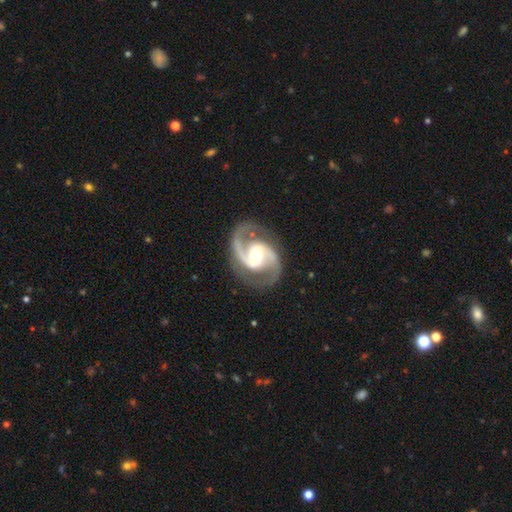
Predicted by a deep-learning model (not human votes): Smooth or featured: featured or disk — 94% (star or artifact — 3%)
Edge-on disk: no — 98% (yes — 2%)
Bar: no — 42% (weak — 40%)
Spiral arms: yes — 98% (no — 2%)
Spiral winding: medium — 66% (tight — 20%)
Spiral arm count: 2 — 94% (3 — 1%)
Bulge size: moderate — 63% (small — 28%)
Merging: none — 84% (minor disturbance — 11%)